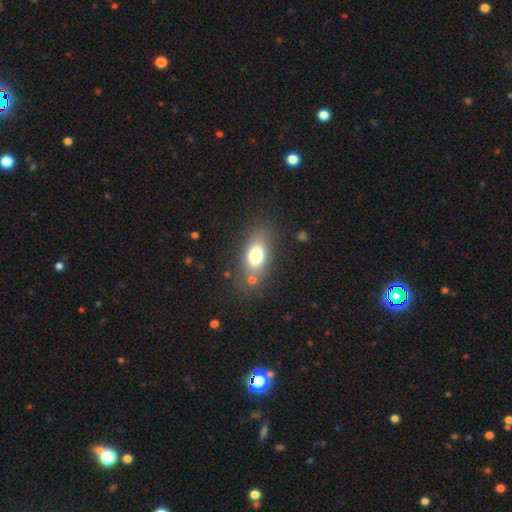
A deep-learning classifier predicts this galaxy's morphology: A smooth galaxy with no disk features (73%) that is in between round and cigar-shaped (82%).

Vote fractions:
- Smooth or featured? smooth: 73% / featured or disk: 17% / star or artifact: 10%
- How rounded? in between: 82% / round: 12% / cigar-shaped: 7%
- Merging? none: 74% / minor disturbance: 13% / merger: 8% / major disturbance: 5%